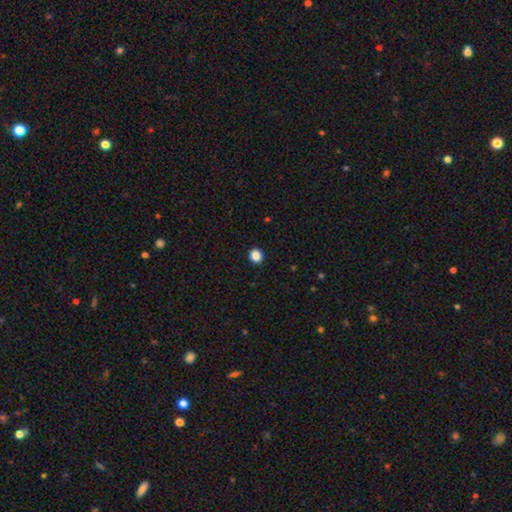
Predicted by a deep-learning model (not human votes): Overall: smooth (87%). How rounded: round (91%). Merging: none (93%).